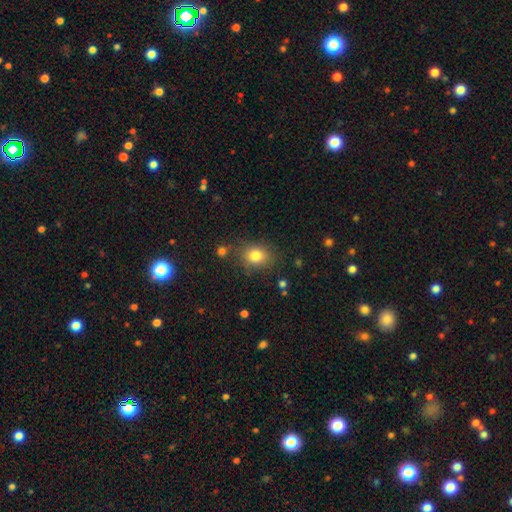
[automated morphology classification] A smooth galaxy with no disk features (81%) that is round (55%).

Vote fractions:
- Smooth or featured? smooth: 81% / star or artifact: 11% / featured or disk: 8%
- How rounded? round: 55% / in between: 44% / cigar-shaped: 1%
- Merging? none: 78% / minor disturbance: 13% / merger: 5% / major disturbance: 4%